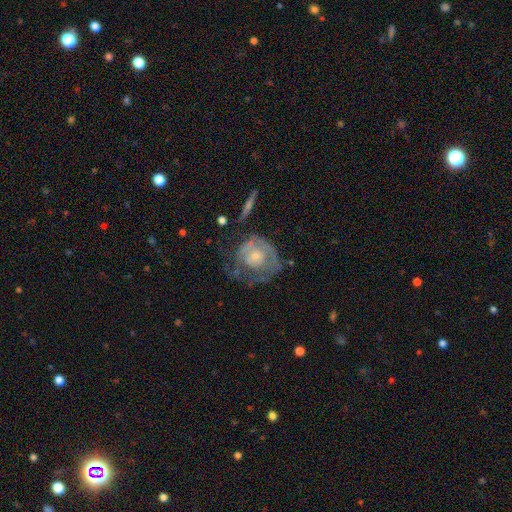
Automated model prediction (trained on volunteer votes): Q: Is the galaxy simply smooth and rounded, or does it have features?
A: featured or disk — 66%.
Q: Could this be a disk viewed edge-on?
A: no — 96%.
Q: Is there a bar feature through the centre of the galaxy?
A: no — 80%.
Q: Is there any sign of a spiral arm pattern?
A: yes — 59%.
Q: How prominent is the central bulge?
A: small — 50%.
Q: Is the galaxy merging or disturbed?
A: none — 42%.